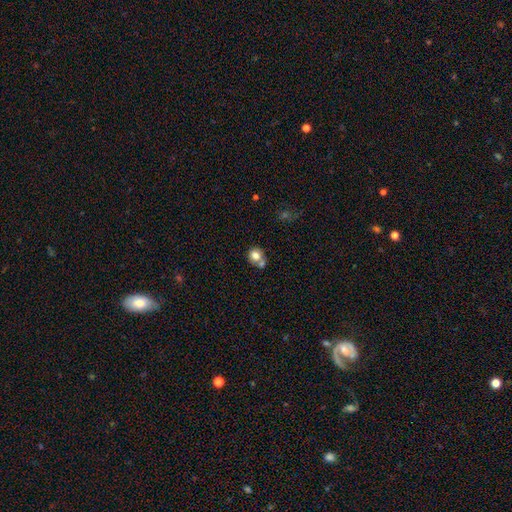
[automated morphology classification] Smooth or featured? Predicted: smooth (p=0.76). How rounded? Predicted: round (p=0.77). Merging? Predicted: none (p=0.45).